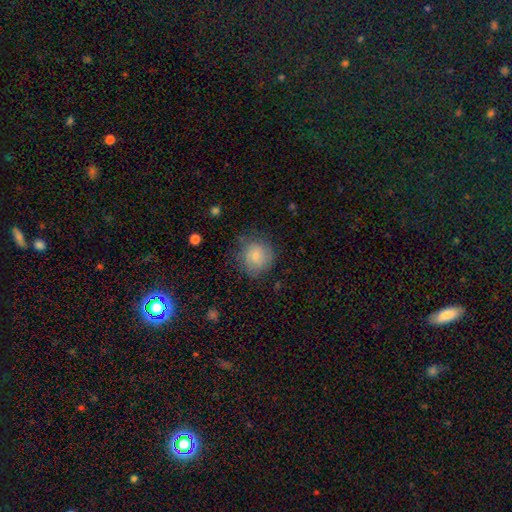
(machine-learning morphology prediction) Smooth or featured: smooth — 75% (featured or disk — 18%)
How rounded: round — 86% (in between — 13%)
Merging: none — 72% (minor disturbance — 20%)